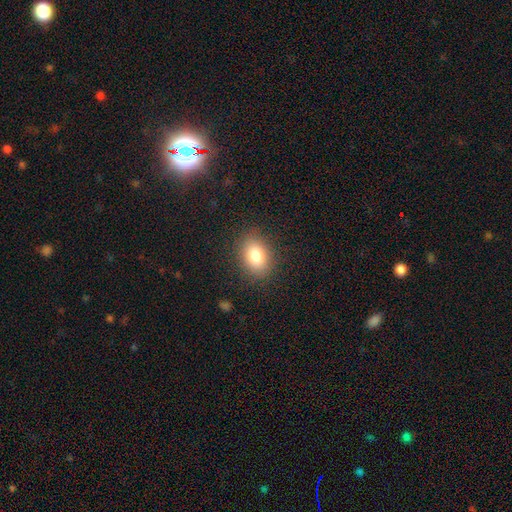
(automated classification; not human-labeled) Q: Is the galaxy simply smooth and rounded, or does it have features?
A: smooth — 82%.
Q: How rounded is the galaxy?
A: in between — 71%.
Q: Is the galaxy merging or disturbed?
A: none — 86%.